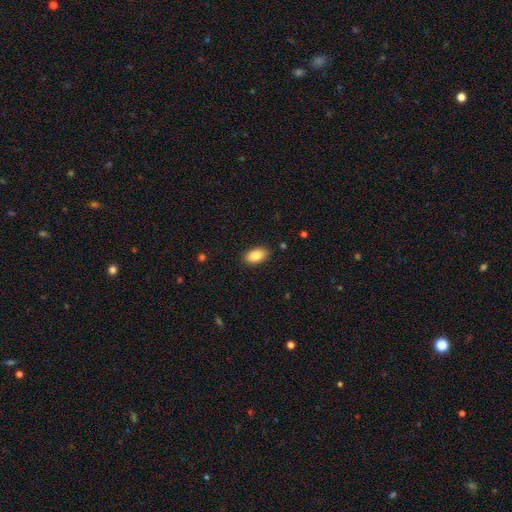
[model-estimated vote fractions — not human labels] Morphology: type=smooth (86%); roundness=in between (94%); merging=none (88%).